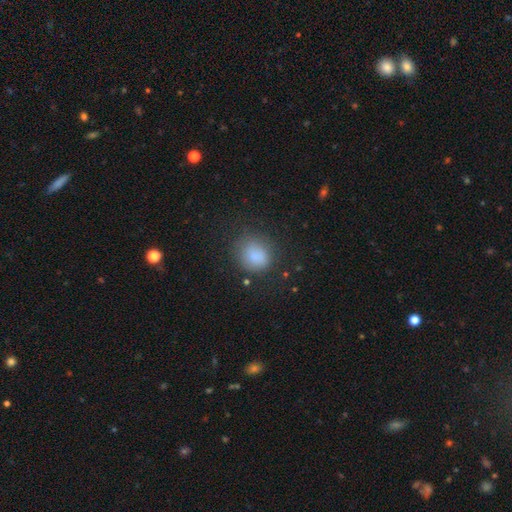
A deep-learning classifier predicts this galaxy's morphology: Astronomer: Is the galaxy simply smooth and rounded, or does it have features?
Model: smooth — 83%.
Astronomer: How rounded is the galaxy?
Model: round — 69%.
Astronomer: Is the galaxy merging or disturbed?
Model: none — 70%.